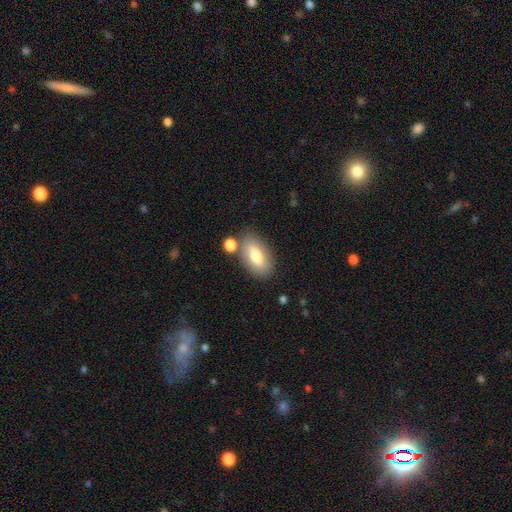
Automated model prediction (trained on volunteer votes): smooth 70%, featured or disk 22%, star or artifact 7%. Down the decision tree: how rounded — in between (90%); merging — none (73%).